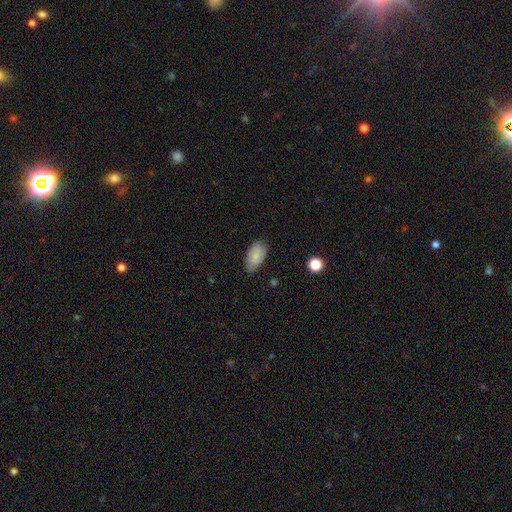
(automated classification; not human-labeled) smooth-or-featured: smooth: 76% | featured or disk: 17% | star or artifact: 7%
  how-rounded: in between: 94% | round: 4% | cigar-shaped: 3%
  merging: none: 74% | minor disturbance: 21% | major disturbance: 3% | merger: 1%